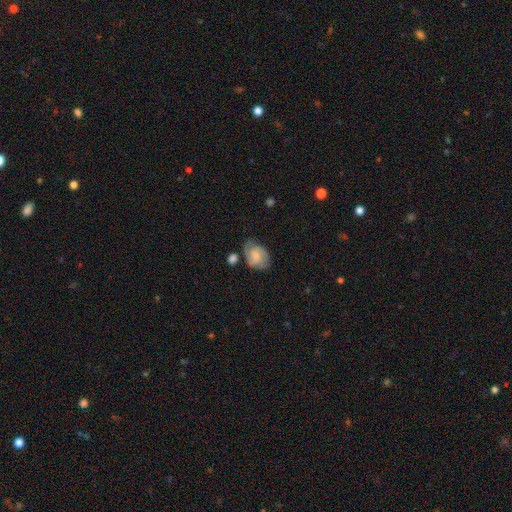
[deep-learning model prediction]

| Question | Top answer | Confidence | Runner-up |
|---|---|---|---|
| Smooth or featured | featured or disk | 56% | smooth (36%) |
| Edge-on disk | no | 97% | yes (3%) |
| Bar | no | 57% | weak (37%) |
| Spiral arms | yes | 90% | no (10%) |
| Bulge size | small | 52% | moderate (27%) |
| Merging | none | 59% | minor disturbance (25%) |